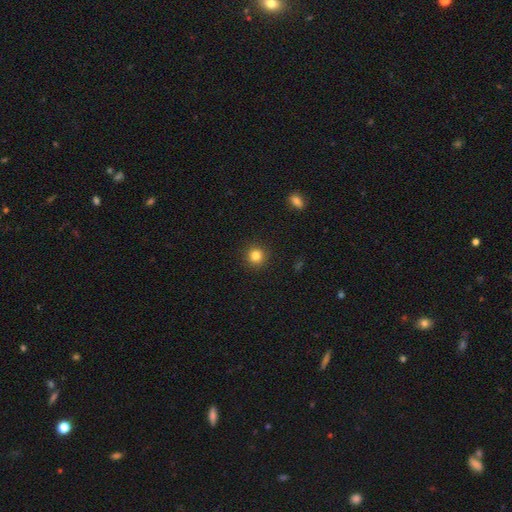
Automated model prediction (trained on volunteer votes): Morphology: type=smooth (83%); roundness=round (94%); merging=none (92%).